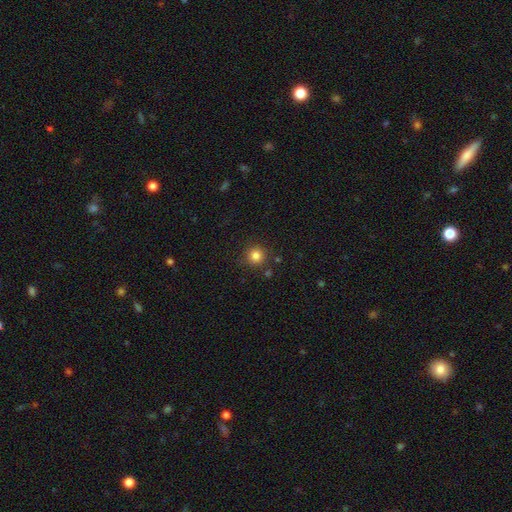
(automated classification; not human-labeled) Smooth or featured? Predicted: smooth (p=0.83). How rounded? Predicted: round (p=0.94). Merging? Predicted: none (p=0.86).